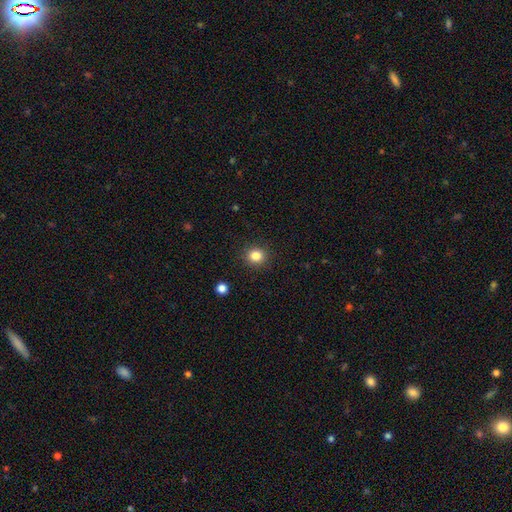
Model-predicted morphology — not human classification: The model was most divided on "smooth or featured": smooth: 83%, star or artifact: 12%, featured or disk: 5%. More confident: merging — none (91%); how rounded — round (88%).